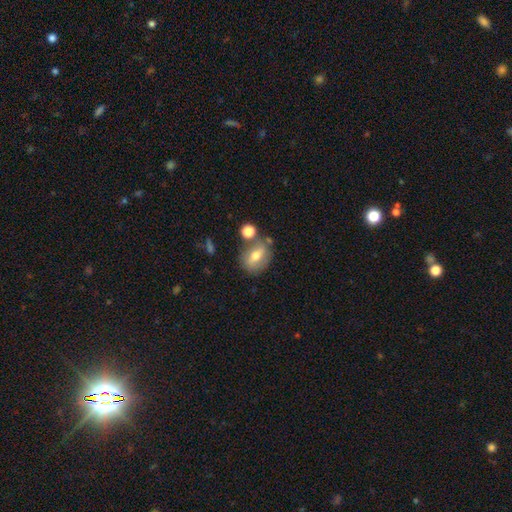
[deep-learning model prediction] smooth_or_featured: smooth (p=0.56) [alt: featured or disk p=0.34]
how_rounded: in between (p=0.56) [alt: round p=0.40]
merging: none (p=0.65) [alt: minor disturbance p=0.15]